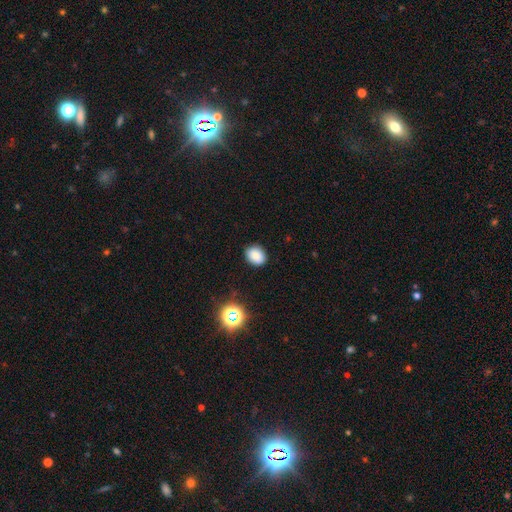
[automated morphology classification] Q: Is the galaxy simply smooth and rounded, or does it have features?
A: smooth — 84%.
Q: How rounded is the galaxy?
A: round — 50%.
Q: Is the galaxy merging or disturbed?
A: none — 86%.